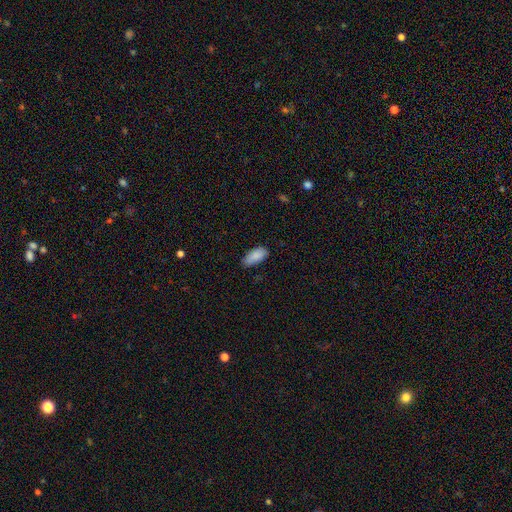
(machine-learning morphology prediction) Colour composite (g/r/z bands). It shows a smooth galaxy with no disk features (88%) that is in between round and cigar-shaped (91%). Merging: none (78%).